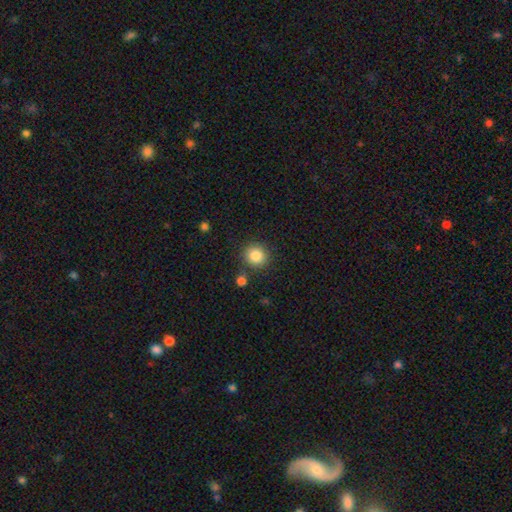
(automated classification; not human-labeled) A smooth galaxy with no disk features (85%) that is round (89%).

Vote fractions:
- Smooth or featured? smooth: 85% / star or artifact: 10% / featured or disk: 5%
- How rounded? round: 89% / in between: 10% / cigar-shaped: 1%
- Merging? none: 84% / minor disturbance: 8% / merger: 5% / major disturbance: 3%